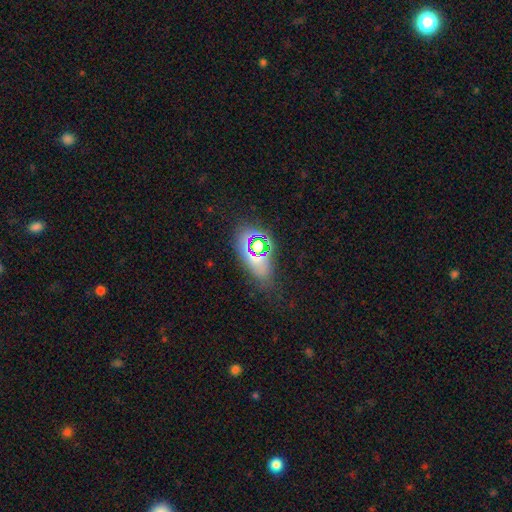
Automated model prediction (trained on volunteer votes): smooth_or_featured: smooth (p=0.44) [alt: star or artifact p=0.40]
merging: none (p=0.68) [alt: minor disturbance p=0.18]